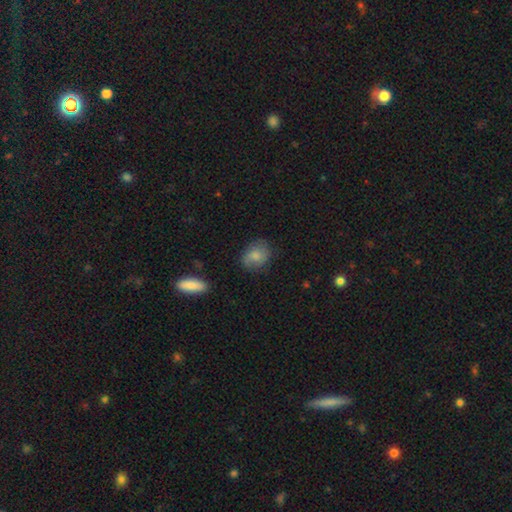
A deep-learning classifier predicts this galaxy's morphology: Smooth or featured? Predicted: smooth (p=0.72). How rounded? Predicted: round (p=0.53). Merging? Predicted: none (p=0.69).